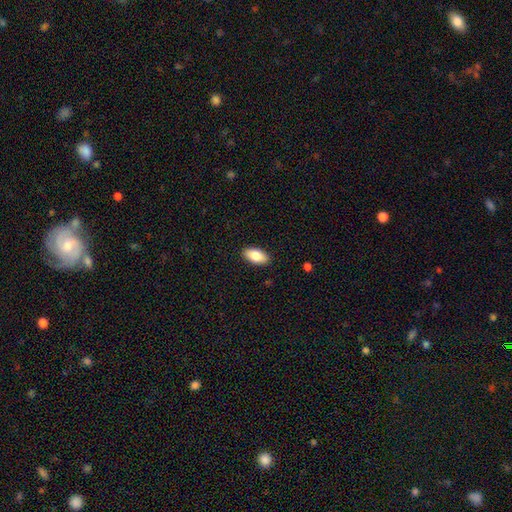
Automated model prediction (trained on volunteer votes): A smooth galaxy with no disk features (83%) that is in between round and cigar-shaped (92%).

Vote fractions:
- Smooth or featured? smooth: 83% / featured or disk: 10% / star or artifact: 6%
- How rounded? in between: 92% / cigar-shaped: 5% / round: 3%
- Merging? none: 89% / minor disturbance: 8% / major disturbance: 2% / merger: 1%